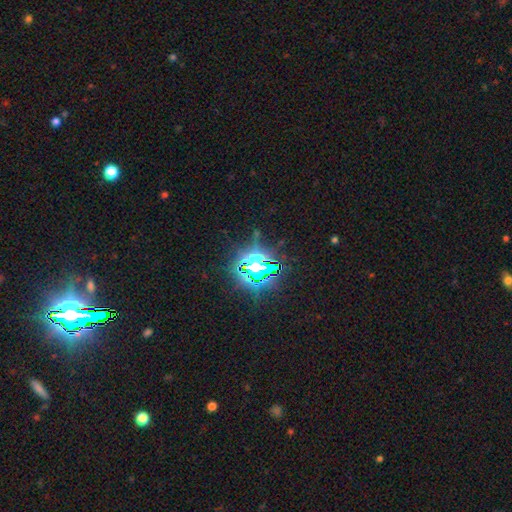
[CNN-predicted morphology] star or artifact 84%, smooth 9%, featured or disk 6%.